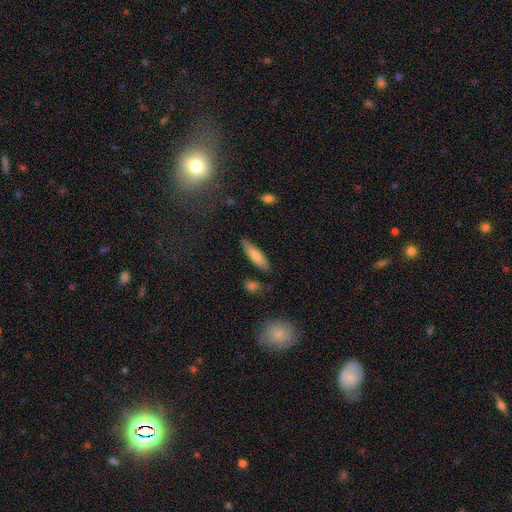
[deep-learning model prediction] Overall: smooth (73%). How rounded: cigar-shaped (63%; in between 35%). Merging: none (82%).